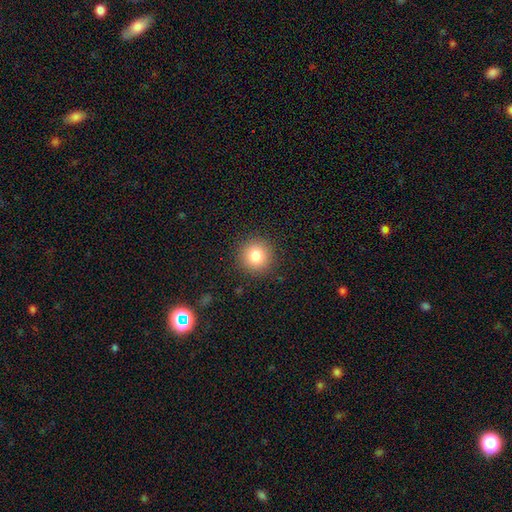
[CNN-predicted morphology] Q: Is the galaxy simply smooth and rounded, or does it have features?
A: smooth — 82%.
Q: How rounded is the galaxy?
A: round — 93%.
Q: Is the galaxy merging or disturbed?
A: none — 91%.